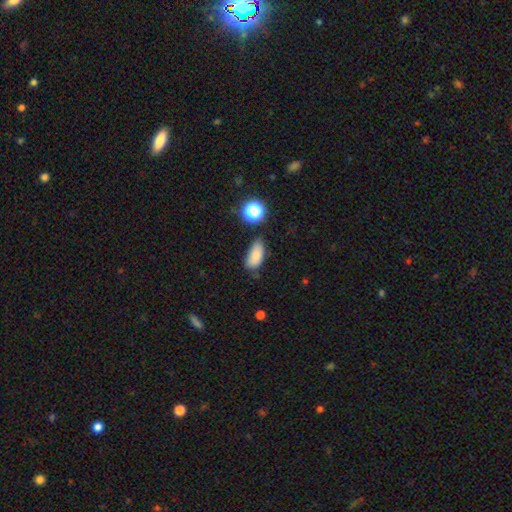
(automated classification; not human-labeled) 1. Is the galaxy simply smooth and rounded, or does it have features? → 80% smooth, 11% star or artifact, 9% featured or disk.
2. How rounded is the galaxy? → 88% in between, 6% cigar-shaped, 6% round.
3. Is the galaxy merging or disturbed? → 63% none, 26% minor disturbance, 6% major disturbance, 5% merger.